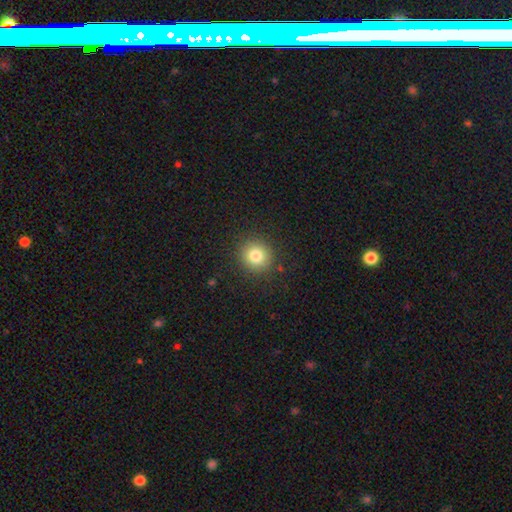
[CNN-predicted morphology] Smooth or featured?
  - smooth: 80% *
  - star or artifact: 12%
  - featured or disk: 8%
How rounded?
  - round: 92% *
  - in between: 7%
  - cigar-shaped: 1%
Merging?
  - none: 89% *
  - minor disturbance: 7%
  - major disturbance: 3%
  - merger: 1%